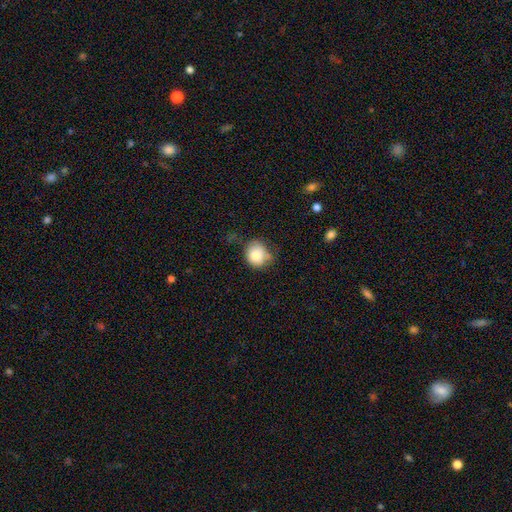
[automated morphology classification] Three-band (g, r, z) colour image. It shows a smooth galaxy with no disk features (80%) that is round (72%). Merging: none (48%).